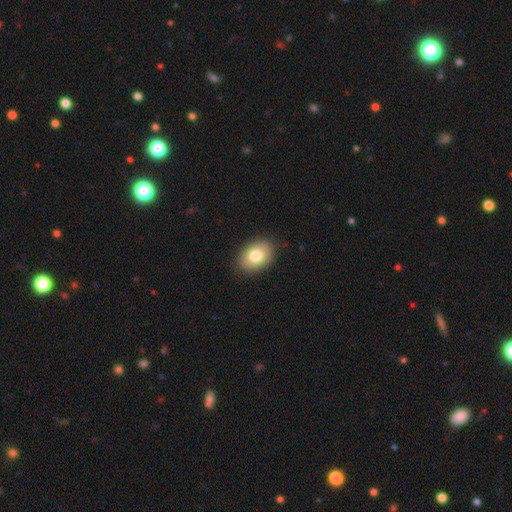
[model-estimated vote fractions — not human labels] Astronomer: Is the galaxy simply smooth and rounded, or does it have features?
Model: smooth — 79%.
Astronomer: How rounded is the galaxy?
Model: in between — 78%.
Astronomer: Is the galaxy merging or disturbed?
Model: none — 87%.